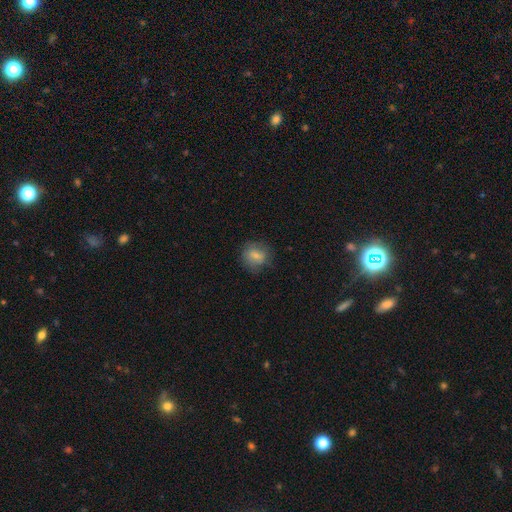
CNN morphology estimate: Smooth or featured? smooth (71%)
How rounded? round (75%)
Merging? none (73%)